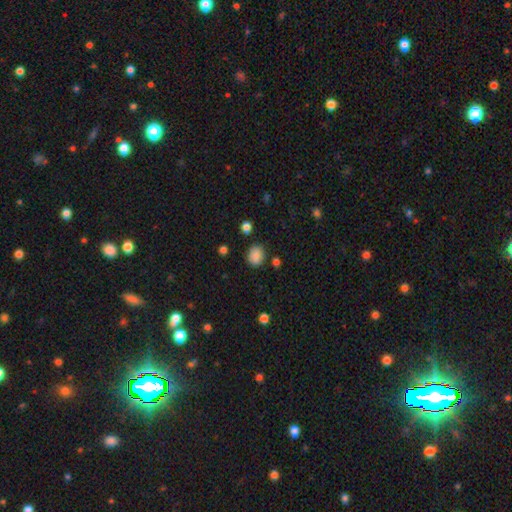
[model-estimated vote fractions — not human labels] This appears to be a smooth galaxy with no disk features (86%) that is round (59%). Merging: none (82%).